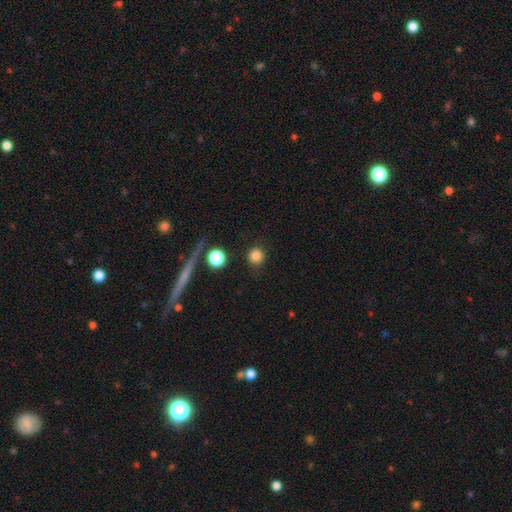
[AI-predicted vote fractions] Overall: smooth (83%). How rounded: round (94%). Merging: none (88%).